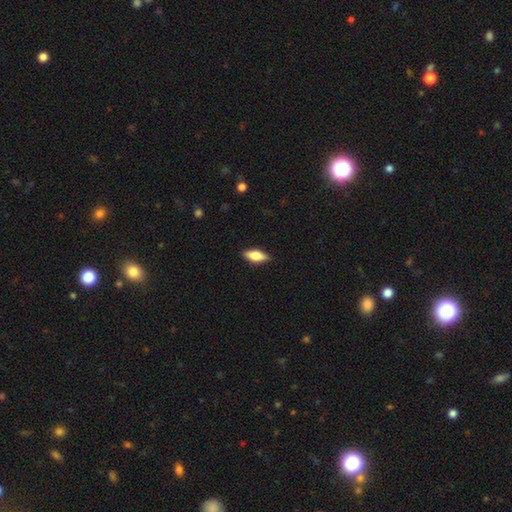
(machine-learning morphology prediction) A smooth galaxy with no disk features (71%) that is in between round and cigar-shaped (73%). Merging: none (88%).